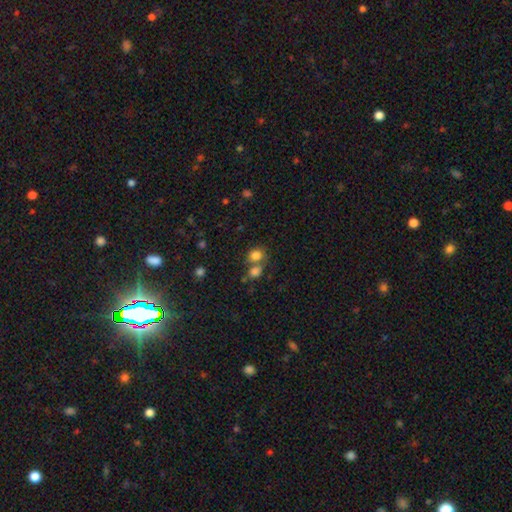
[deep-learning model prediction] Morphology: type=smooth (80%); roundness=round (59%); merging=merger (44%).